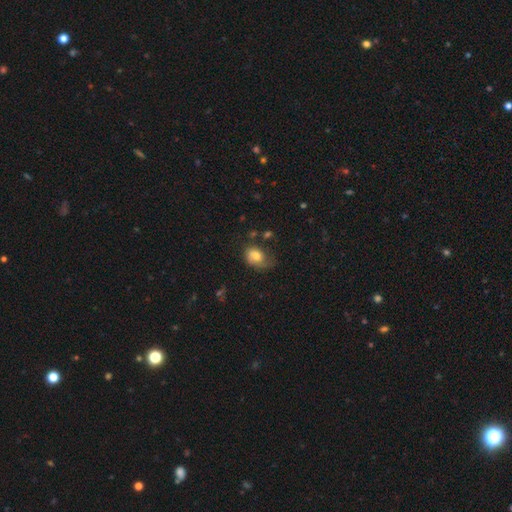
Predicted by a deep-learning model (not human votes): Smooth or featured: smooth — 70% (featured or disk — 22%)
How rounded: in between — 64% (round — 35%)
Merging: none — 38% (minor disturbance — 34%)